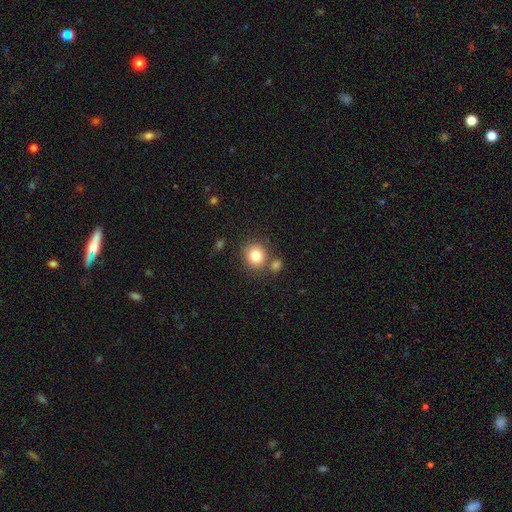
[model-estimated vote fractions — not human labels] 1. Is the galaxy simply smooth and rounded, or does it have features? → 82% smooth, 10% star or artifact, 8% featured or disk.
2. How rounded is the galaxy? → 82% round, 17% in between, 1% cigar-shaped.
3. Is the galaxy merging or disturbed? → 71% none, 16% merger, 10% minor disturbance, 3% major disturbance.